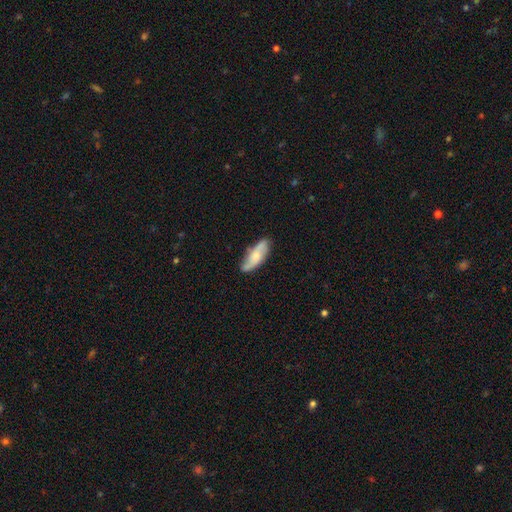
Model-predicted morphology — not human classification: Smooth or featured?
  - smooth: 53% *
  - featured or disk: 41%
  - star or artifact: 6%
How rounded?
  - in between: 66% *
  - cigar-shaped: 32%
  - round: 2%
Merging?
  - none: 74% *
  - minor disturbance: 20%
  - major disturbance: 4%
  - merger: 2%